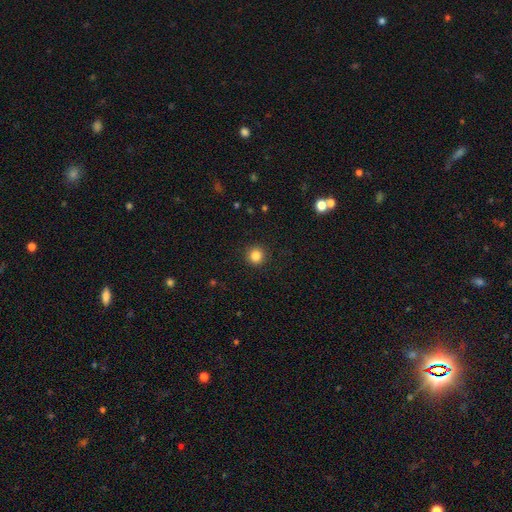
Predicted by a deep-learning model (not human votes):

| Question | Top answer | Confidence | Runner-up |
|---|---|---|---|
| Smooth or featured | smooth | 84% | star or artifact (11%) |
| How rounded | round | 94% | in between (5%) |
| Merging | none | 92% | minor disturbance (5%) |